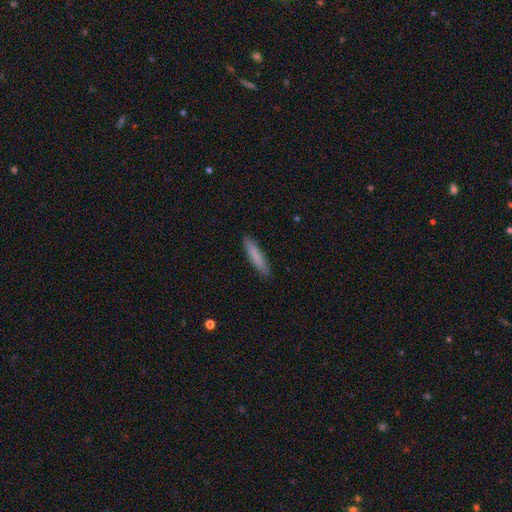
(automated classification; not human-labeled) This is clearly a smooth galaxy (82%). How rounded: clearly cigar-shaped (89%). Merging: clearly none (90%).